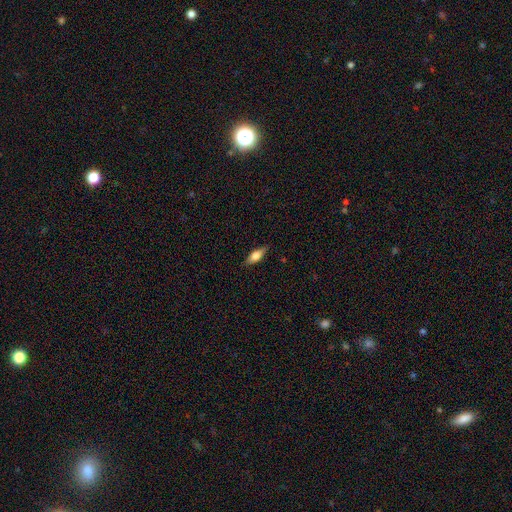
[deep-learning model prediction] Overall: smooth (57%; featured or disk 36%). How rounded: in between (62%; cigar-shaped 35%). Merging: none (84%).